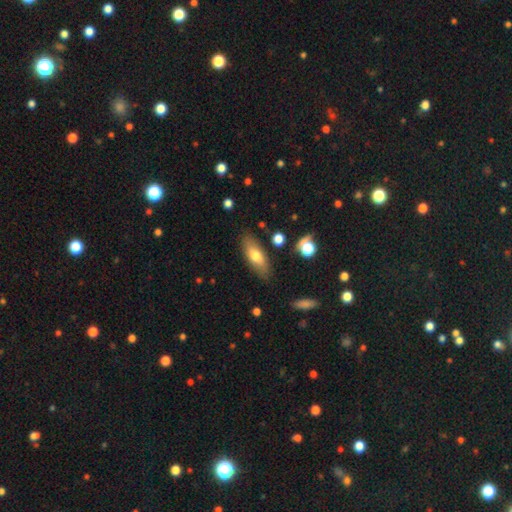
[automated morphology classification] Smooth or featured? Predicted: smooth (p=0.68). How rounded? Predicted: in between (p=0.69). Merging? Predicted: none (p=0.82).